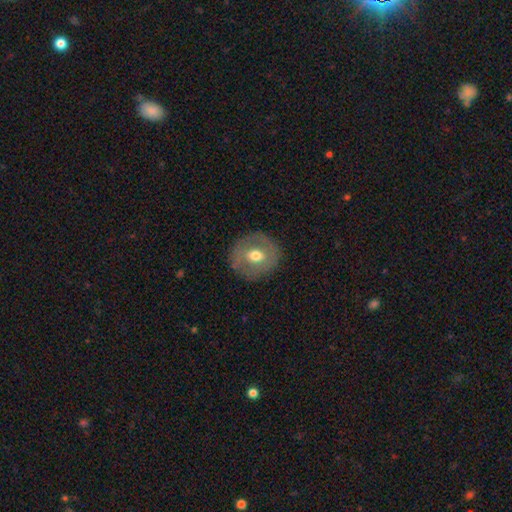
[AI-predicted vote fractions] smooth_or_featured: smooth (p=0.50) [alt: featured or disk p=0.43]
merging: none (p=0.82) [alt: minor disturbance p=0.12]